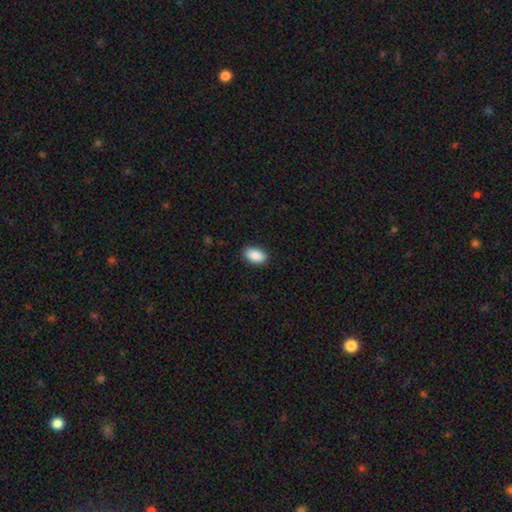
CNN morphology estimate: smooth 90%, star or artifact 7%, featured or disk 3%. Down the decision tree: how rounded — in between (93%); merging — none (88%).